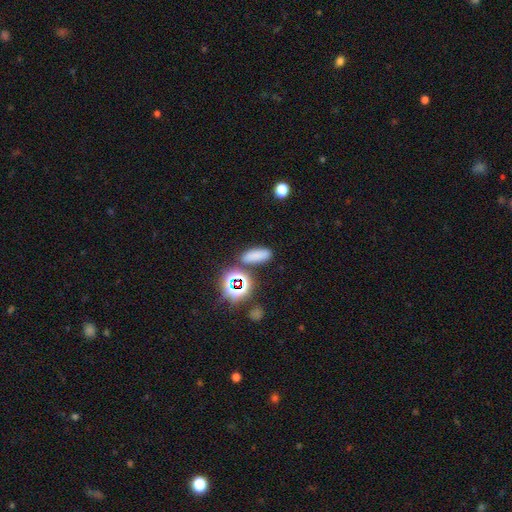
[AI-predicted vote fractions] Smooth or featured: smooth — 71% (star or artifact — 22%)
How rounded: in between — 66% (cigar-shaped — 23%)
Merging: none — 77% (minor disturbance — 10%)